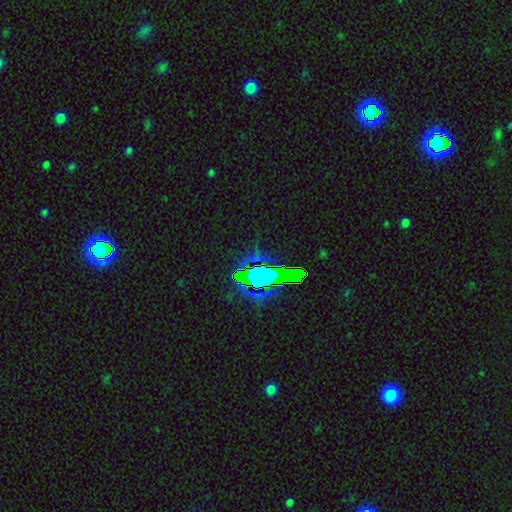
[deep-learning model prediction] A star or artifact, not a galaxy (77%).

Vote fractions:
- Smooth or featured? star or artifact: 77% / smooth: 13% / featured or disk: 10%